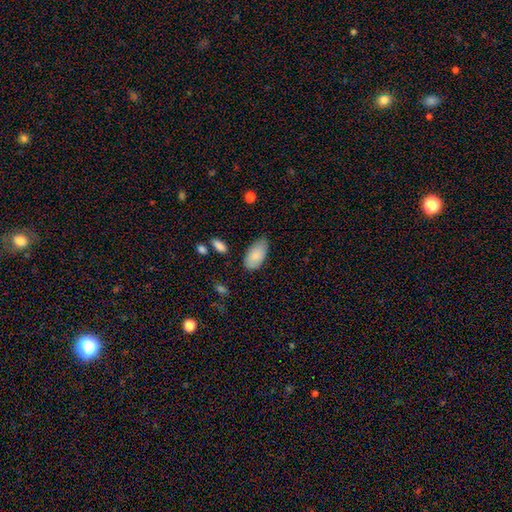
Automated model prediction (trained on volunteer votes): Smooth or featured?
  - smooth: 84% *
  - featured or disk: 9%
  - star or artifact: 7%
How rounded?
  - in between: 95% *
  - round: 3%
  - cigar-shaped: 2%
Merging?
  - none: 63% *
  - minor disturbance: 30%
  - major disturbance: 5%
  - merger: 2%